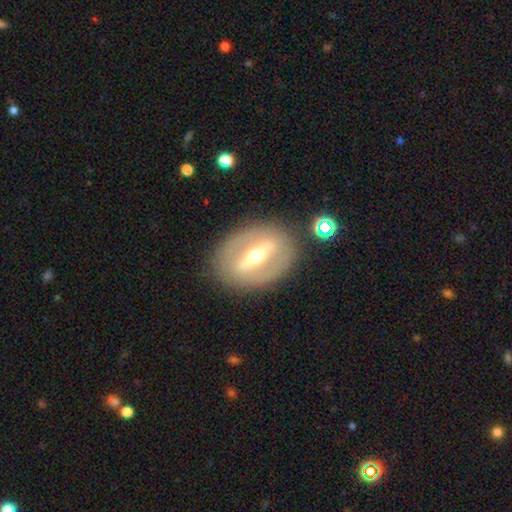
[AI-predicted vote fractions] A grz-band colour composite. It shows a featured or disk galaxy (72%) with a strong bar (72%), no spiral arms (76%) and a moderate central bulge (70%). Merging: none (85%).